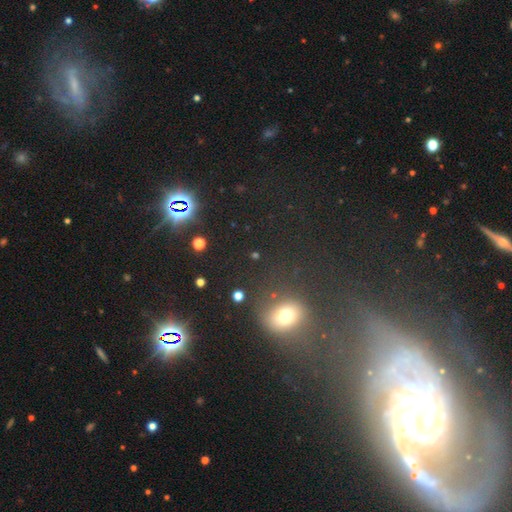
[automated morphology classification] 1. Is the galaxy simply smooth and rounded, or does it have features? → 49% star or artifact, 41% smooth, 10% featured or disk.